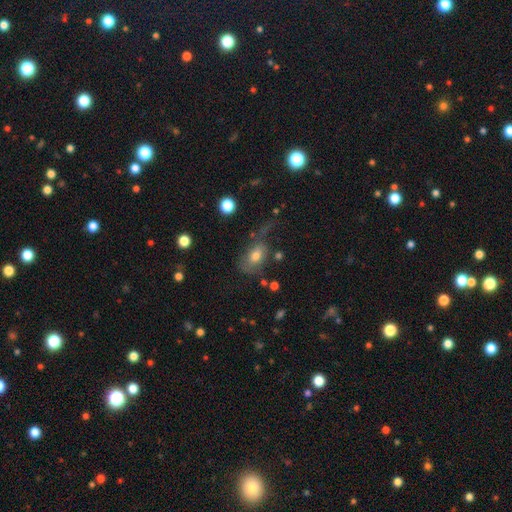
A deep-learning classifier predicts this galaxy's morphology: smooth_or_featured: smooth (p=0.66) [alt: featured or disk p=0.23]
how_rounded: in between (p=0.83) [alt: round p=0.14]
merging: none (p=0.37) [alt: major disturbance p=0.31]